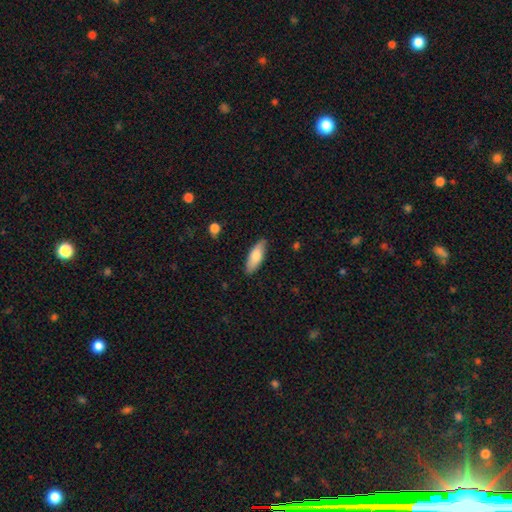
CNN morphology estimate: This is likely a smooth galaxy (76%). How rounded: likely in between (65%). Merging: clearly none (85%).